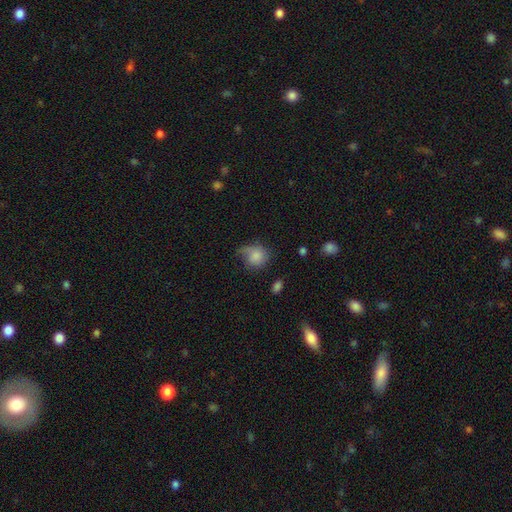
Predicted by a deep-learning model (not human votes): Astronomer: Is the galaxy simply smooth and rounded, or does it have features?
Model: smooth — 74%.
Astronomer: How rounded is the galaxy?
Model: round — 71%.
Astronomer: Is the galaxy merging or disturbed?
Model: none — 41% (runner-up: minor disturbance, 34%).